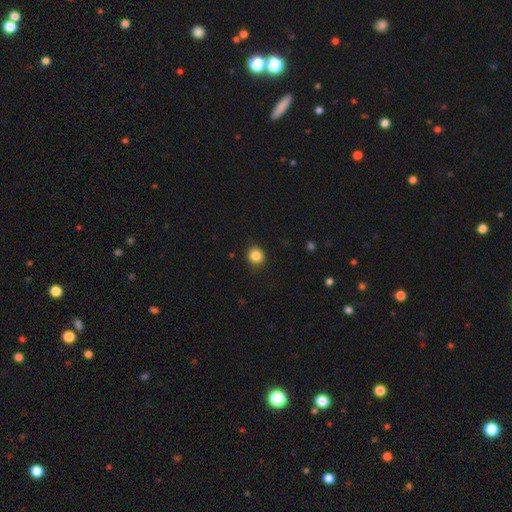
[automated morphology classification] Smooth or featured? smooth (86%)
How rounded? round (76%)
Merging? none (81%)